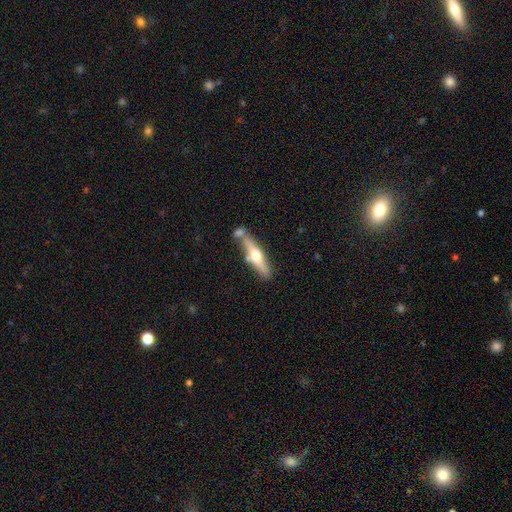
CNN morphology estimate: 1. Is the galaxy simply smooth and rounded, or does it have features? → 57% featured or disk, 38% smooth, 5% star or artifact.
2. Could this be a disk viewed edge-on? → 93% yes, 7% no.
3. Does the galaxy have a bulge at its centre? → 93% rounded, 4% none, 3% boxy.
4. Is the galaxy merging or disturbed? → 63% none, 19% merger, 14% minor disturbance, 4% major disturbance.